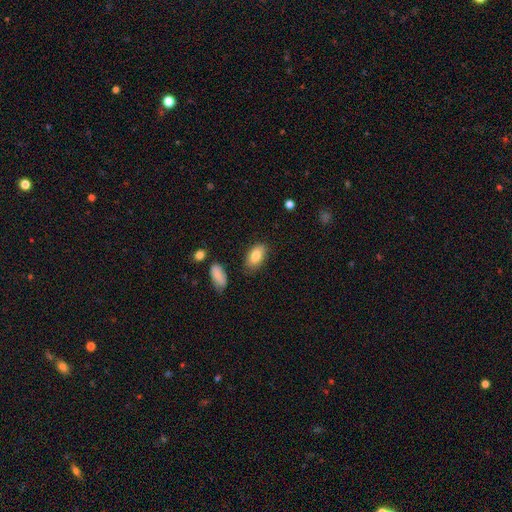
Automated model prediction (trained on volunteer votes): The model was most divided on "merging": none: 82%, minor disturbance: 13%, major disturbance: 3%, merger: 2%. More confident: how rounded — in between (92%); smooth or featured — smooth (81%).